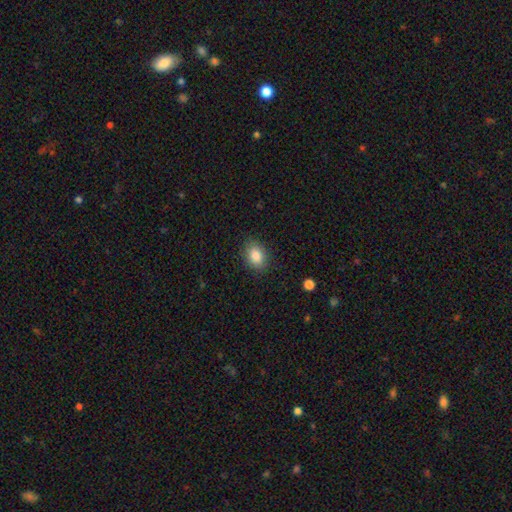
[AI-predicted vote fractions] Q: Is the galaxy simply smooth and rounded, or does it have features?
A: smooth — 86%.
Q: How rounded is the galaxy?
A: in between — 74%.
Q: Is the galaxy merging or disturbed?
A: none — 86%.